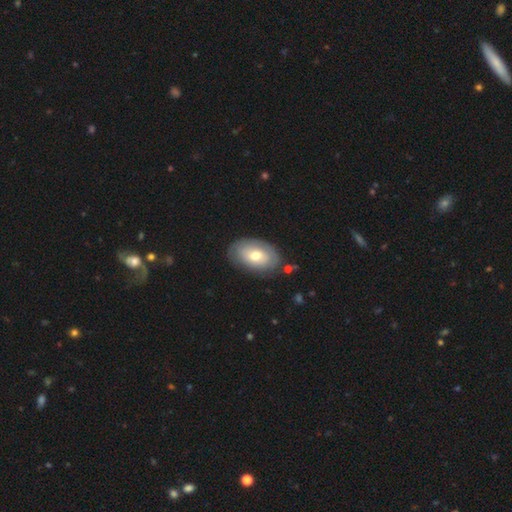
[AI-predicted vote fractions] Smooth or featured?
  - smooth: 64% *
  - featured or disk: 29%
  - star or artifact: 6%
How rounded?
  - in between: 90% *
  - round: 8%
  - cigar-shaped: 1%
Merging?
  - none: 78% *
  - minor disturbance: 15%
  - major disturbance: 4%
  - merger: 3%